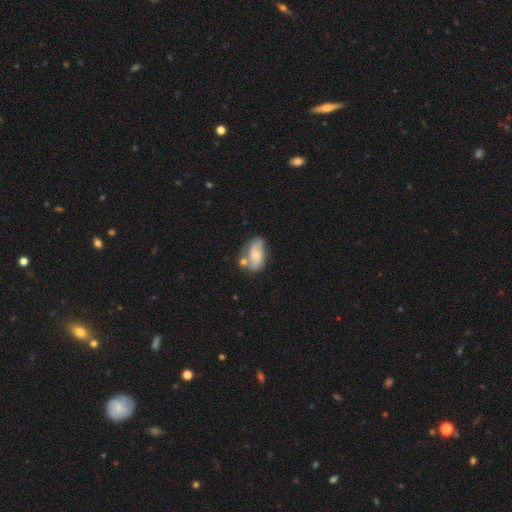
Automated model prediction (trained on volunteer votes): The model was most divided on "smooth or featured": smooth: 50%, featured or disk: 42%, star or artifact: 8%. Remaining: how rounded — in between (89%); merging — none (42%).